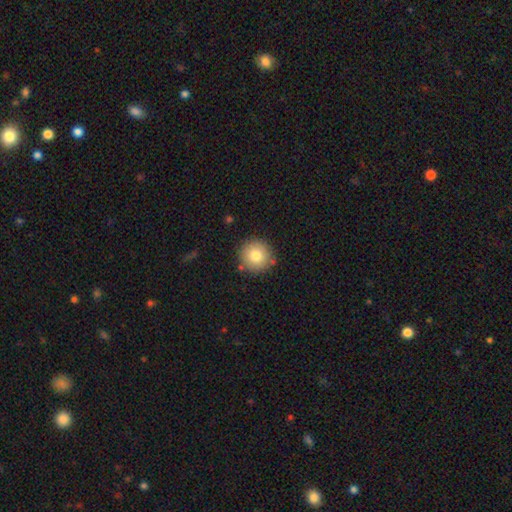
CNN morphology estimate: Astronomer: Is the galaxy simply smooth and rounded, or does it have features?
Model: smooth — 79%.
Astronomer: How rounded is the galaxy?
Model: round — 95%.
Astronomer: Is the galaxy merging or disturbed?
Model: none — 86%.